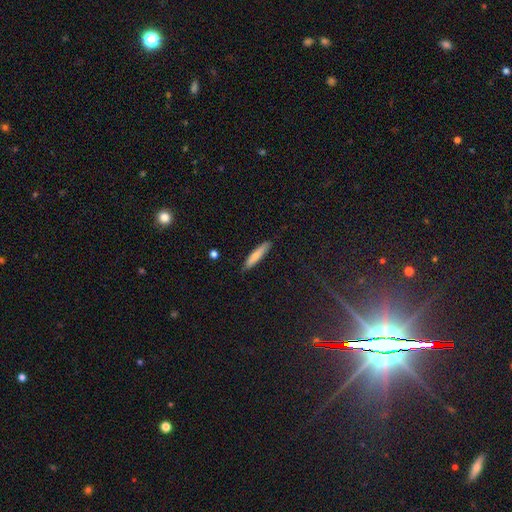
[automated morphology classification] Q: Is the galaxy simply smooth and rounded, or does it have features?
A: smooth — 76%.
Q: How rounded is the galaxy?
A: cigar-shaped — 88%.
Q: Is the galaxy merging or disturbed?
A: none — 86%.